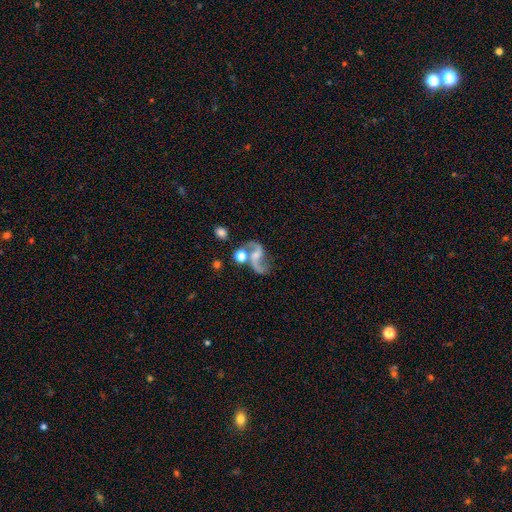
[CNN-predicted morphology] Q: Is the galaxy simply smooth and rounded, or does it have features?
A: featured or disk — 85%.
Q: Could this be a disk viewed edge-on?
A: no — 98%.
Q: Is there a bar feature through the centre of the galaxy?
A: no — 47%.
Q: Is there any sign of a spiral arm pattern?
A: yes — 96%.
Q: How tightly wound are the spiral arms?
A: loose — 73%.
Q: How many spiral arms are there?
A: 2 — 92%.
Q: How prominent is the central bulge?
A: small — 39%.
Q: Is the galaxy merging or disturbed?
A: none — 51%.